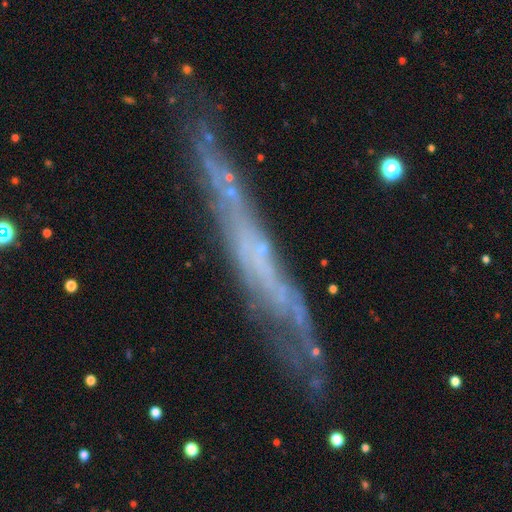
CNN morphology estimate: A featured or disk galaxy (68%) viewed edge-on (83%) with no central bulge (83%).

Vote fractions:
- Smooth or featured? featured or disk: 68% / smooth: 21% / star or artifact: 11%
- Edge-on disk? yes: 83% / no: 17%
- Edge-on bulge? none: 83% / rounded: 12% / boxy: 5%
- Merging? none: 75% / minor disturbance: 18% / major disturbance: 5% / merger: 2%